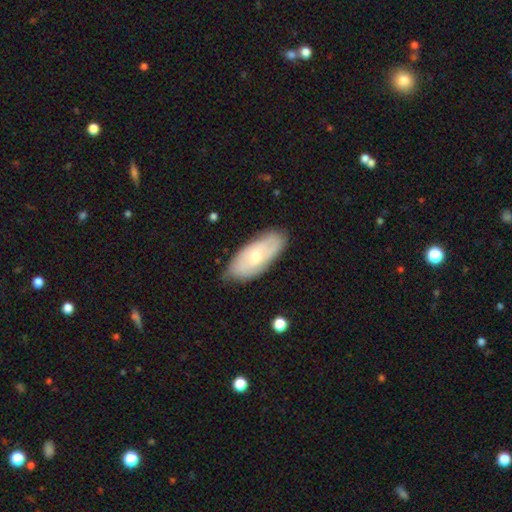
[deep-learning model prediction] A smooth galaxy with no disk features (52%) that is in between round and cigar-shaped (84%).

Vote fractions:
- Smooth or featured? smooth: 52% / featured or disk: 42% / star or artifact: 6%
- How rounded? in between: 84% / cigar-shaped: 14% / round: 2%
- Merging? none: 76% / minor disturbance: 19% / major disturbance: 3% / merger: 1%